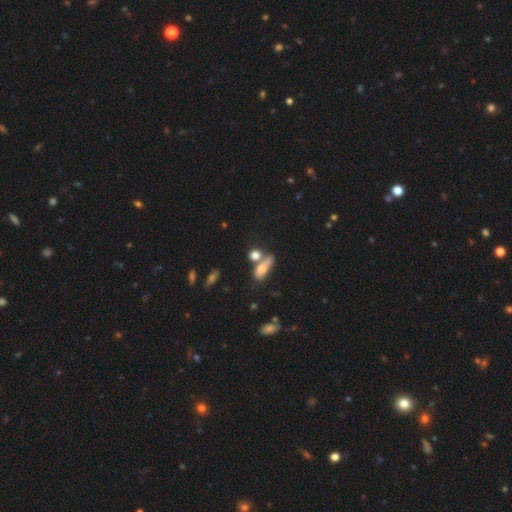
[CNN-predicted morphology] The model was most divided on "how rounded": in between: 46%, round: 43%, cigar-shaped: 11%. Remaining: smooth or featured — smooth (73%); merging — merger (45%).